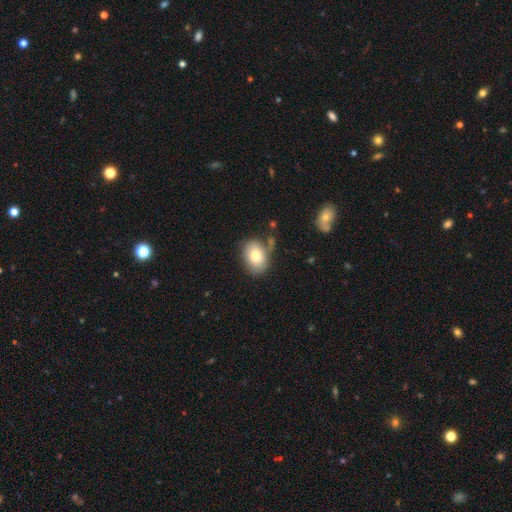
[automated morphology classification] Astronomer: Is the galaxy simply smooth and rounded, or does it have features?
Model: smooth — 77%.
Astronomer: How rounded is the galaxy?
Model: in between — 75%.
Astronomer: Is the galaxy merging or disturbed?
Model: none — 65%.